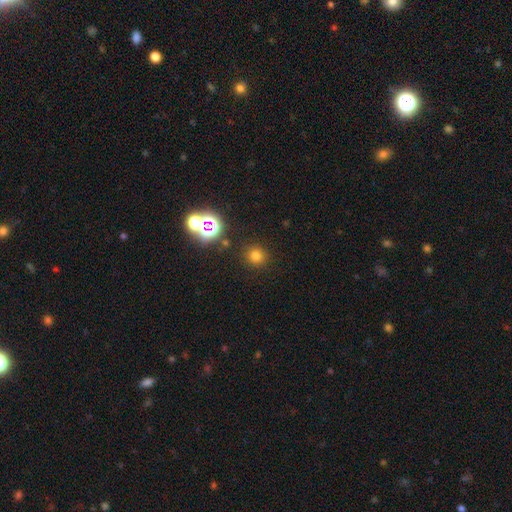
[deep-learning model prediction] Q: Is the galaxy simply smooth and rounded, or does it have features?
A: smooth — 71%.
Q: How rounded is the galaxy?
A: round — 92%.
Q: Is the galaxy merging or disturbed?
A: none — 88%.